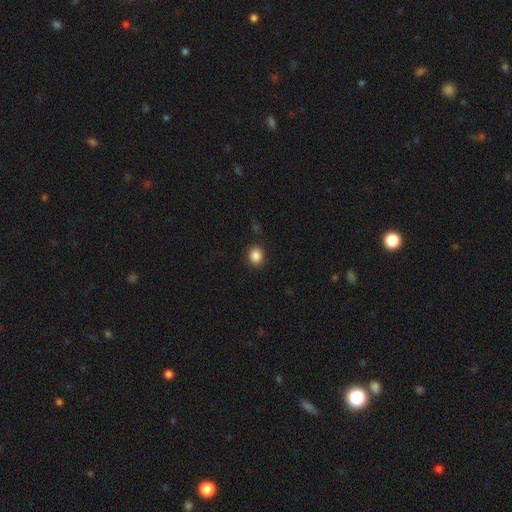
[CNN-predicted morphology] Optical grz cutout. It shows a smooth galaxy with no disk features (86%) that is round (69%). Merging: none (89%).